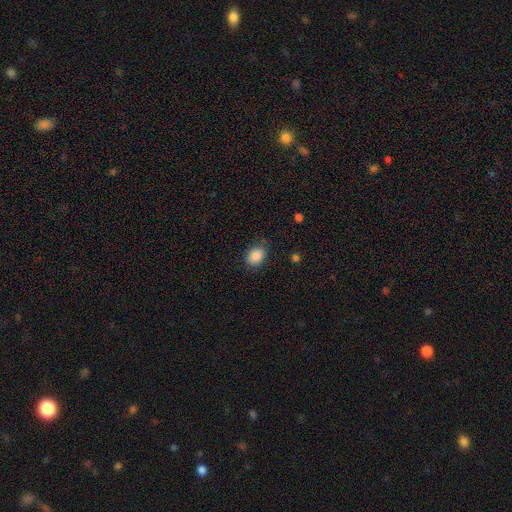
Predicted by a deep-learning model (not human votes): smooth 87%, star or artifact 8%, featured or disk 5%. Down the decision tree: how rounded — in between (62%); merging — none (75%).